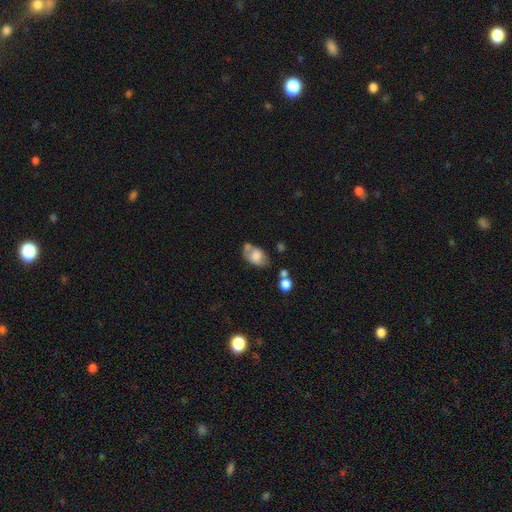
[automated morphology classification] Overall: smooth (65%; featured or disk 26%). How rounded: in between (88%). Merging: none (42%; minor disturbance 25%).